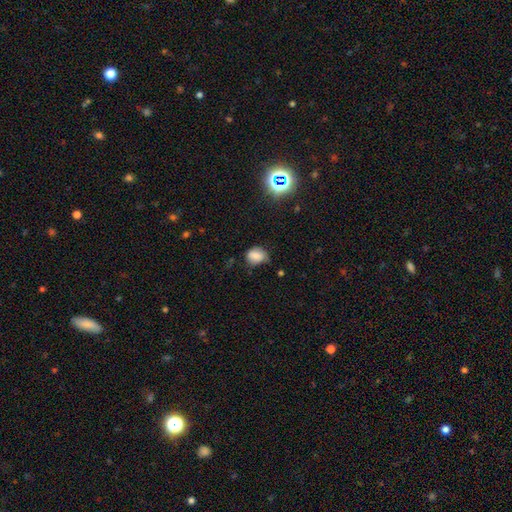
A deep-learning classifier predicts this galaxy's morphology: Smooth or featured? smooth (75%)
How rounded? in between (50%)
Merging? none (52%)